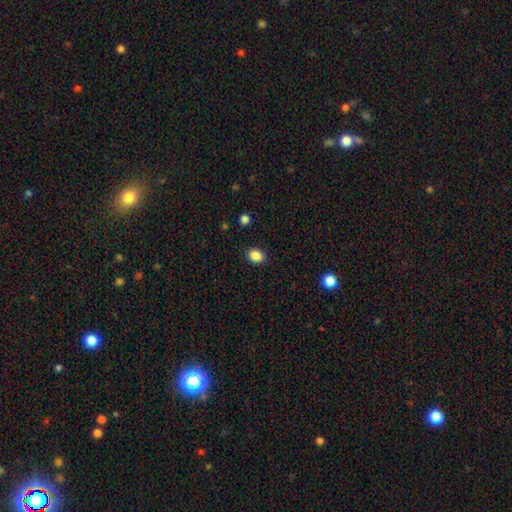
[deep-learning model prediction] A smooth galaxy with no disk features (87%) that is in between round and cigar-shaped (58%).

Vote fractions:
- Smooth or featured? smooth: 87% / star or artifact: 10% / featured or disk: 4%
- How rounded? in between: 58% / round: 41% / cigar-shaped: 1%
- Merging? none: 90% / minor disturbance: 7% / major disturbance: 2% / merger: 1%